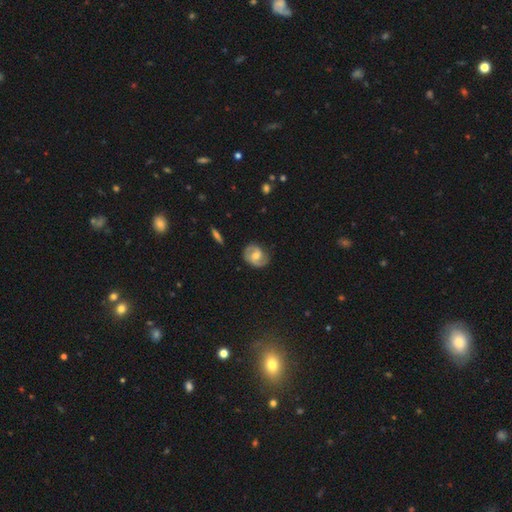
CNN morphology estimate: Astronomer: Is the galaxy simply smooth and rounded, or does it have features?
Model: featured or disk — 72%.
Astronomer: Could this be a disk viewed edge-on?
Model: no — 97%.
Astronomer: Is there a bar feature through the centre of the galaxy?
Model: no — 46% (runner-up: weak, 43%).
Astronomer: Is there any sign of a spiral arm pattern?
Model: yes — 92%.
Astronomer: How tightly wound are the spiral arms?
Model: medium — 46% (runner-up: tight, 36%).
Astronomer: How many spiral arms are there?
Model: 2 — 84%.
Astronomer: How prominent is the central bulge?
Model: moderate — 68%.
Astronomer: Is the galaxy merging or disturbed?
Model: none — 76%.